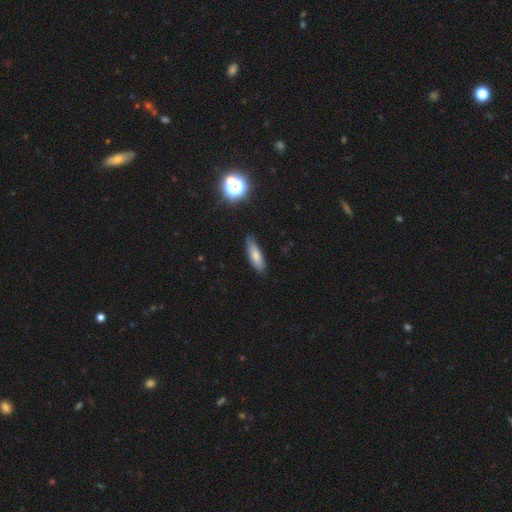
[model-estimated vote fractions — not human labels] The model was most divided on "how rounded": in between: 49%, cigar-shaped: 48%, round: 3%. More confident: merging — none (75%); smooth or featured — smooth (71%).